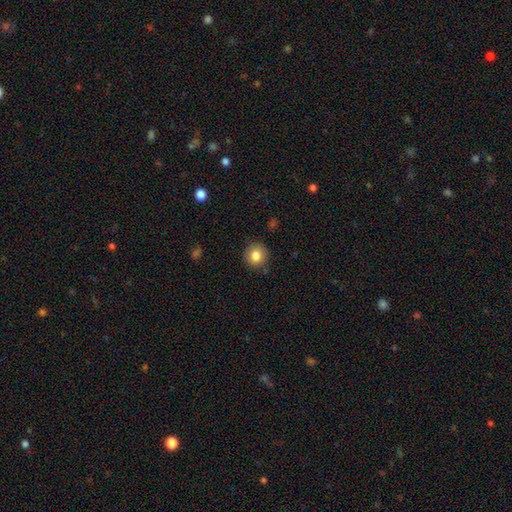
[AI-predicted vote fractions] Smooth or featured: smooth — 83% (star or artifact — 10%)
How rounded: round — 90% (in between — 9%)
Merging: none — 87% (minor disturbance — 9%)